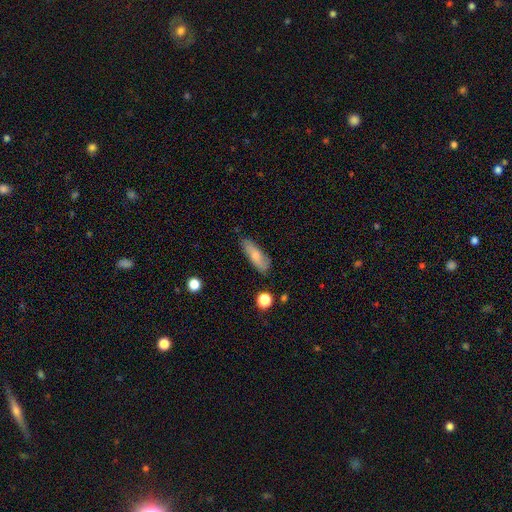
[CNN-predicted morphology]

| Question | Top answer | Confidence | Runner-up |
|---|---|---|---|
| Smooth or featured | smooth | 71% | featured or disk (22%) |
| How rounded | in between | 55% | cigar-shaped (42%) |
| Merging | none | 77% | minor disturbance (18%) |